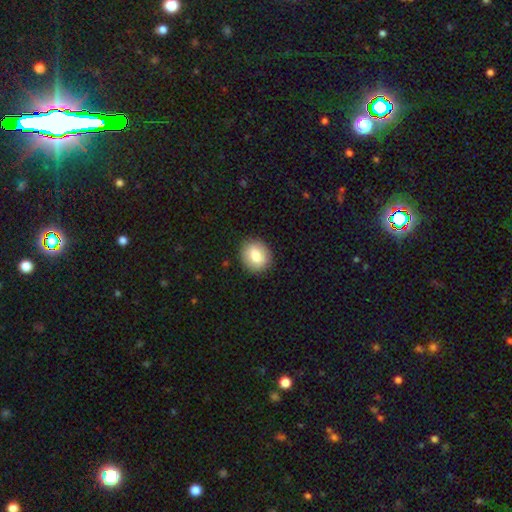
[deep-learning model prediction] Q: Smooth or featured?
A: smooth (80%); runner-up: featured or disk (13%)
Q: How rounded?
A: round (61%); runner-up: in between (38%)
Q: Merging?
A: none (89%); runner-up: minor disturbance (8%)